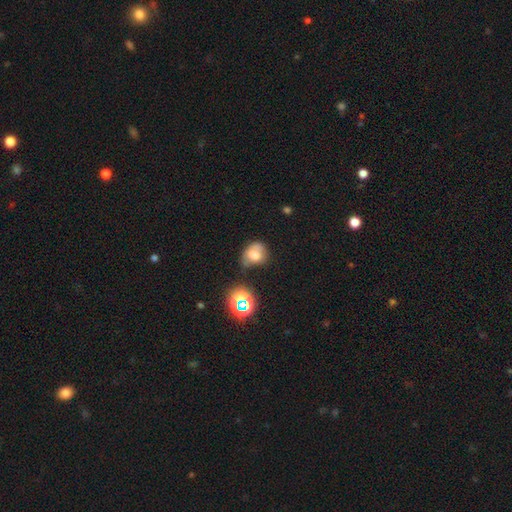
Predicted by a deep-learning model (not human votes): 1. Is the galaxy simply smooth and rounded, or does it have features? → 63% smooth, 21% featured or disk, 16% star or artifact.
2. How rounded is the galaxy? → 52% round, 47% in between, 1% cigar-shaped.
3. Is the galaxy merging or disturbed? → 32% none, 28% minor disturbance, 21% merger, 18% major disturbance.